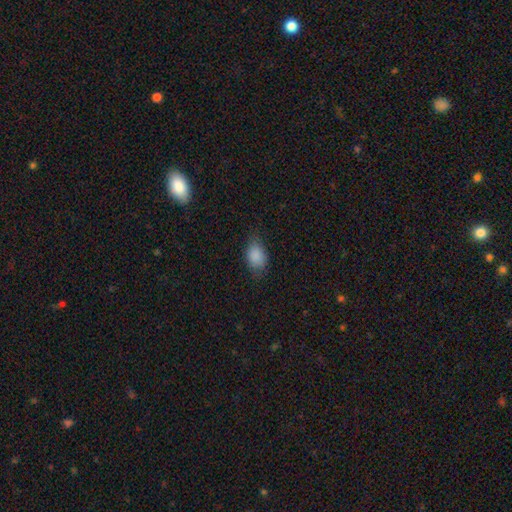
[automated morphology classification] Smooth or featured? Predicted: smooth (p=0.87). How rounded? Predicted: in between (p=0.81). Merging? Predicted: none (p=0.70).